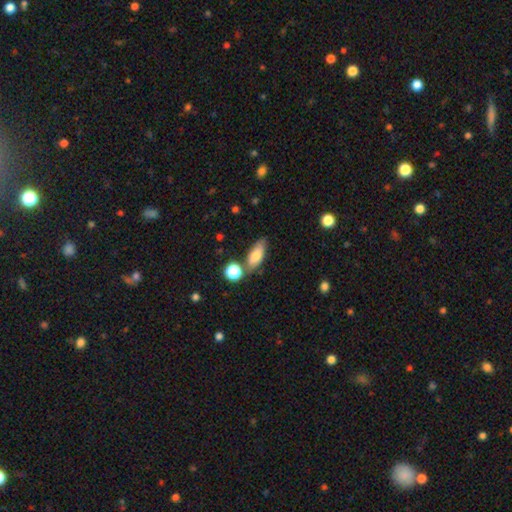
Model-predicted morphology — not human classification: Q: Smooth or featured?
A: smooth (76%); runner-up: featured or disk (16%)
Q: How rounded?
A: in between (75%); runner-up: cigar-shaped (21%)
Q: Merging?
A: none (67%); runner-up: minor disturbance (16%)